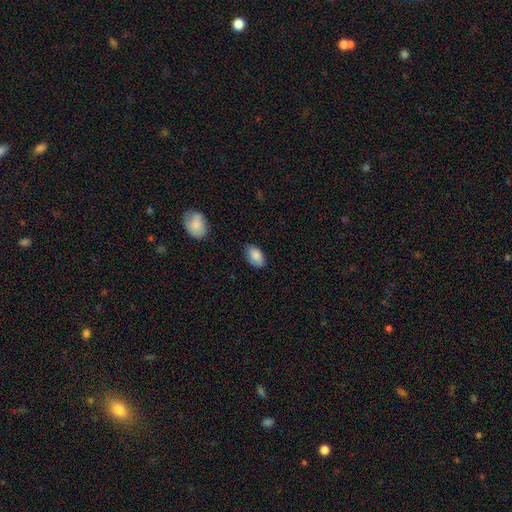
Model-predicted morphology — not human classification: smooth 86%, star or artifact 7%, featured or disk 7%. Down the decision tree: how rounded — in between (92%); merging — none (77%).